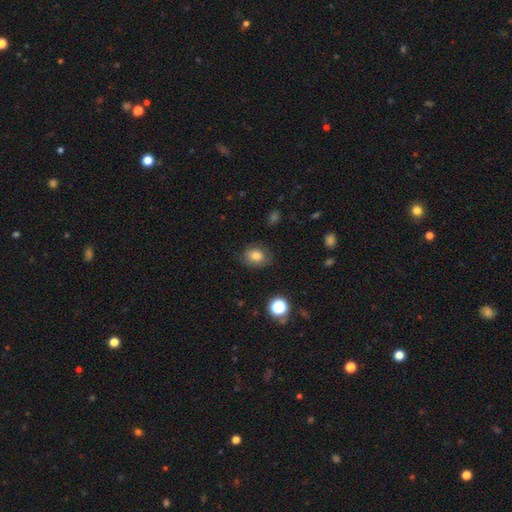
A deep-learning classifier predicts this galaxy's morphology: Smooth or featured?
  - smooth: 80% *
  - star or artifact: 11%
  - featured or disk: 9%
How rounded?
  - in between: 54% *
  - round: 45%
  - cigar-shaped: 1%
Merging?
  - none: 79% *
  - minor disturbance: 15%
  - major disturbance: 4%
  - merger: 1%